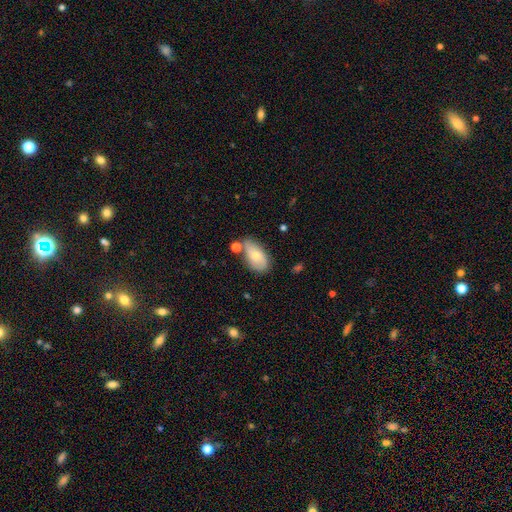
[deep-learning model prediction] Overall: smooth (62%; featured or disk 31%). How rounded: in between (91%). Merging: none (59%; minor disturbance 24%).